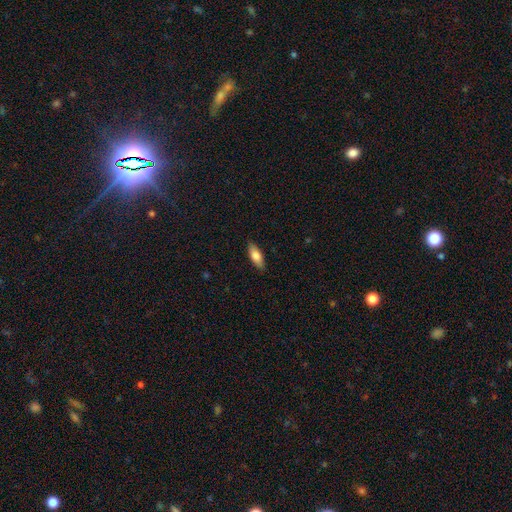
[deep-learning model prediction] This is likely a smooth galaxy (77%). How rounded: likely in between (70%). Merging: clearly none (87%).